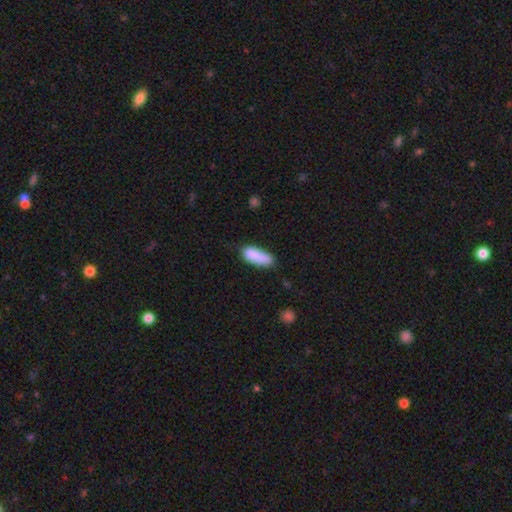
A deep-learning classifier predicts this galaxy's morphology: This is clearly a smooth galaxy (86%). How rounded: likely in between (67%). Merging: likely none (65%).